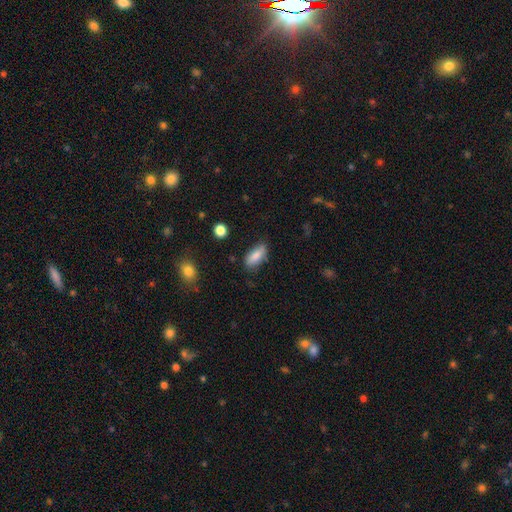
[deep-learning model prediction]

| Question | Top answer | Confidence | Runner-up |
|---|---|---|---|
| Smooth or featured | smooth | 83% | featured or disk (10%) |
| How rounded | in between | 79% | cigar-shaped (18%) |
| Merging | none | 75% | minor disturbance (19%) |